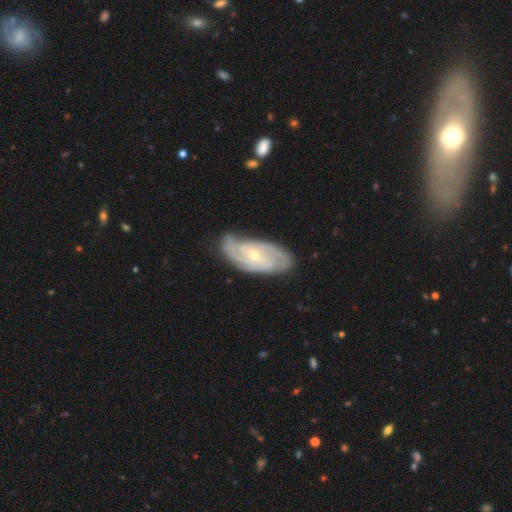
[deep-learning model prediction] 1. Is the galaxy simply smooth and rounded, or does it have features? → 79% featured or disk, 14% smooth, 7% star or artifact.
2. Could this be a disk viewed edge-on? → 92% no, 8% yes.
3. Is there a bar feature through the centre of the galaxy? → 55% no, 34% weak, 11% strong.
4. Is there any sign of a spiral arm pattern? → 92% yes, 8% no.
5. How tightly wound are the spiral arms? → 56% tight, 33% medium, 11% loose.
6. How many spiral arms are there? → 37% 2, 30% can't tell, 18% 3, 7% 4, 4% 1, 4% more than 4.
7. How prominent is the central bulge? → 65% small, 32% moderate, 1% none, 1% large, 1% dominant.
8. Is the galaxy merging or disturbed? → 75% none, 19% minor disturbance, 5% major disturbance, 2% merger.